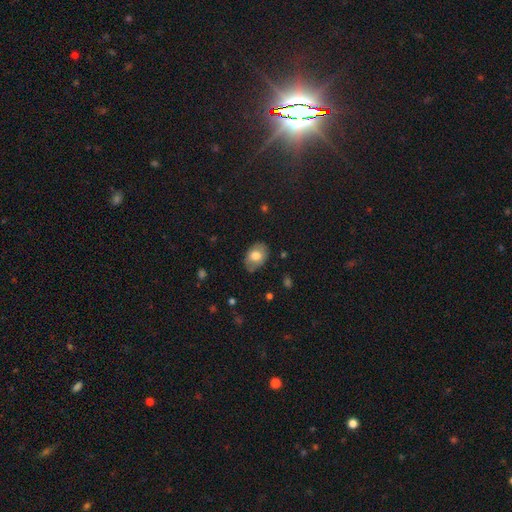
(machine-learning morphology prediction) The model was most divided on "smooth or featured": smooth: 71%, featured or disk: 22%, star or artifact: 7%. More confident: how rounded — in between (79%); merging — none (76%).